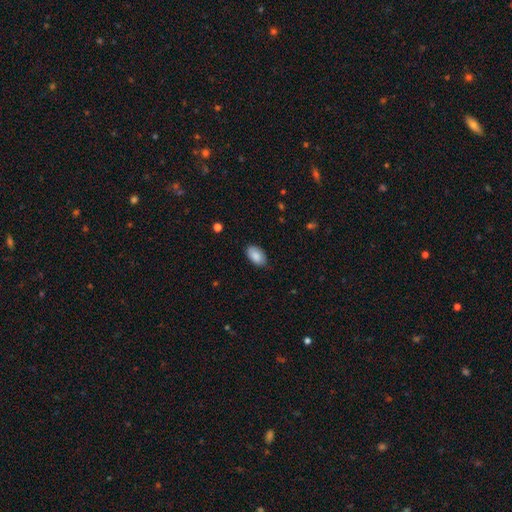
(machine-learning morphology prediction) type=smooth (88%); roundness=in between (94%); merging=none (81%).